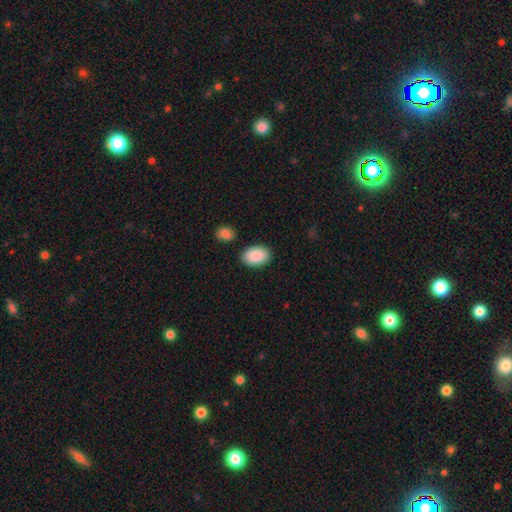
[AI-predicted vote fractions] This is clearly a smooth galaxy (90%). How rounded: clearly in between (90%). Merging: clearly none (86%).